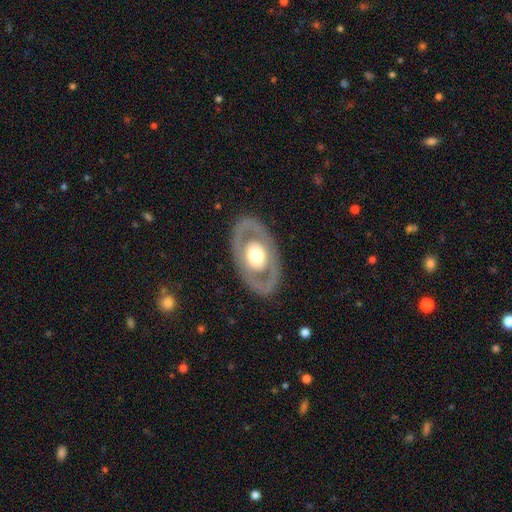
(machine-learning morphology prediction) featured or disk 62%, smooth 34%, star or artifact 4%. Down the decision tree: edge-on disk — no (89%); bar — no (87%); spiral arms — no (87%); bulge size — moderate (56%); merging — none (83%).